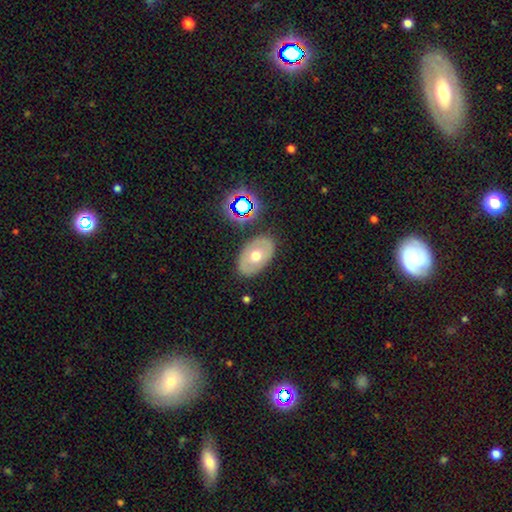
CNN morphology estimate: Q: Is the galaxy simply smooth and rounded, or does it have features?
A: smooth — 49%.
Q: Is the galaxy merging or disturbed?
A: none — 83%.